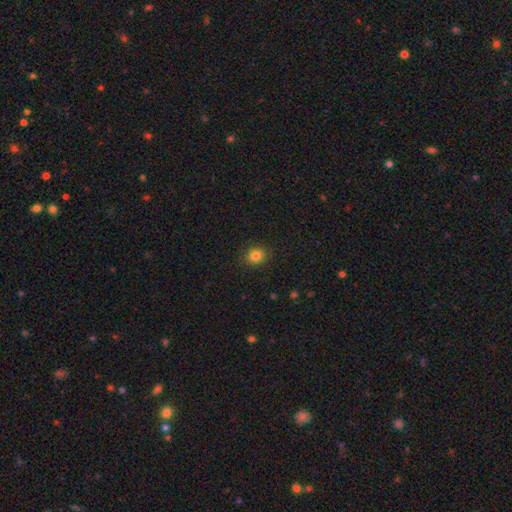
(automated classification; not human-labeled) smooth 83%, star or artifact 12%, featured or disk 5%. Down the decision tree: how rounded — round (68%); merging — none (89%).